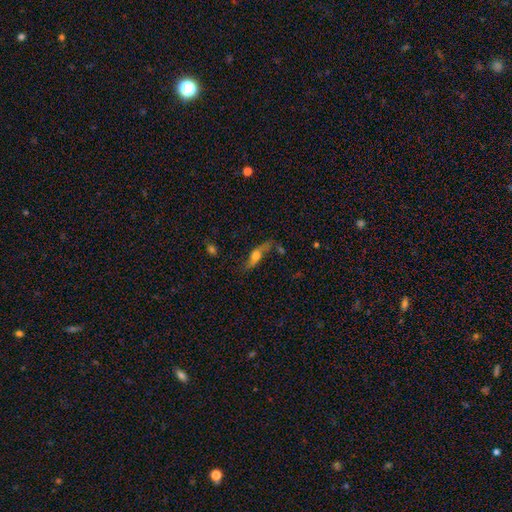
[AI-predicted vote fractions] This appears to be a featured or disk galaxy (47%). Merging: none (56%).